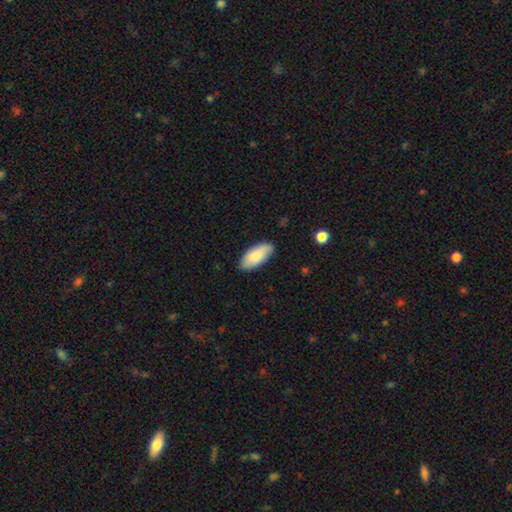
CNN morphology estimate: Smooth or featured? smooth (81%)
How rounded? in between (91%)
Merging? none (84%)